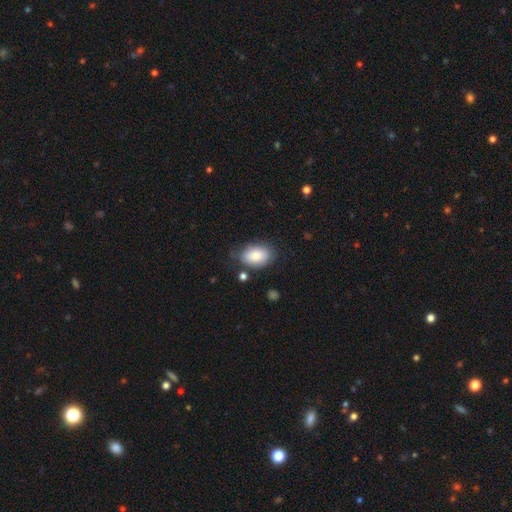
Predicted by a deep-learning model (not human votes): Overall: smooth (84%). How rounded: in between (87%). Merging: none (70%).